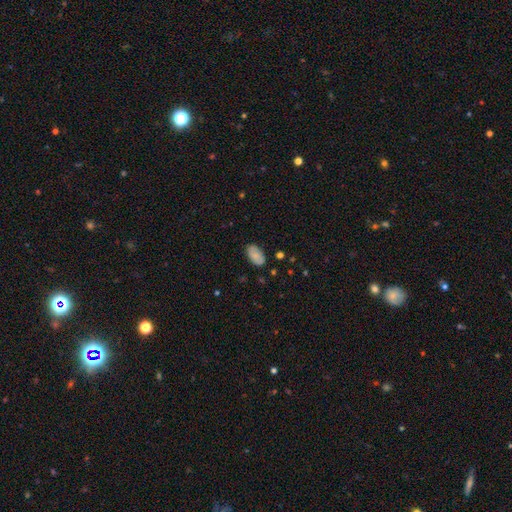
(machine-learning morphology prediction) This appears to be a smooth galaxy with no disk features (80%) that is in between round and cigar-shaped (94%). Merging: none (80%).